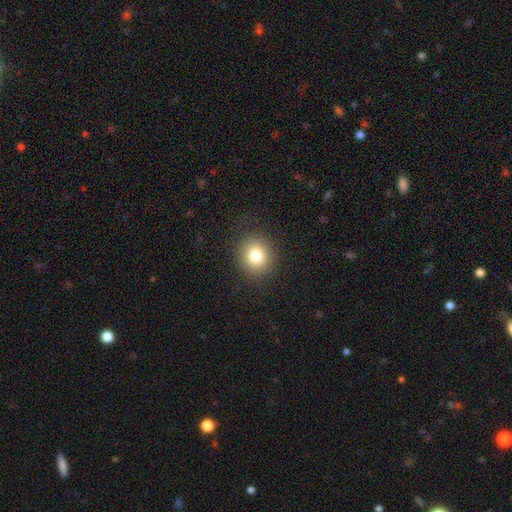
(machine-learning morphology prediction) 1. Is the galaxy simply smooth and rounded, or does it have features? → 82% smooth, 10% star or artifact, 7% featured or disk.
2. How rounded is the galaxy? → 82% round, 17% in between, 1% cigar-shaped.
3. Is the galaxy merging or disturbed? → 87% none, 8% minor disturbance, 4% major disturbance, 1% merger.